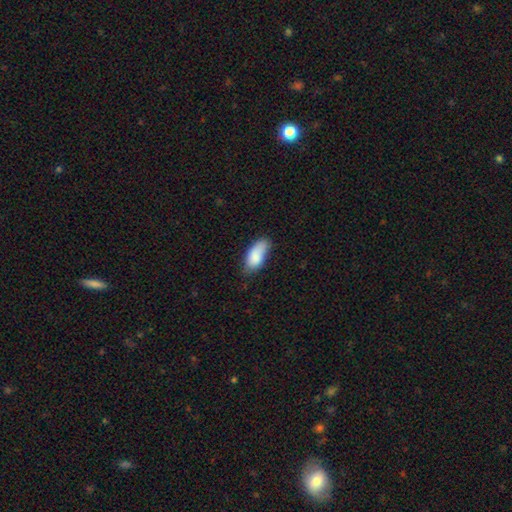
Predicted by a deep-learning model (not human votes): A smooth galaxy with no disk features (86%) that is in between round and cigar-shaped (88%). Merging: none (58%).